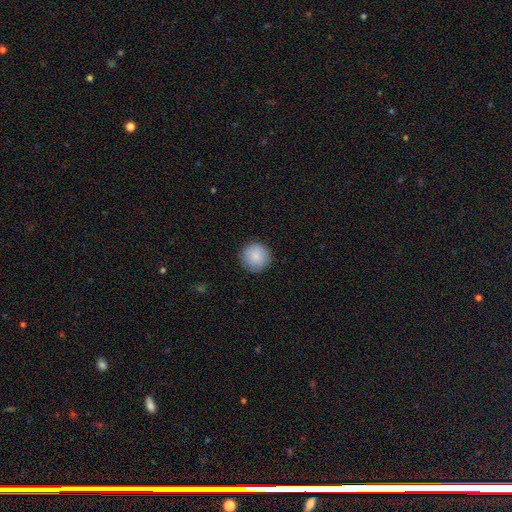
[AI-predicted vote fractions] This appears to be a smooth galaxy with no disk features (88%) that is round (96%). Merging: none (90%).